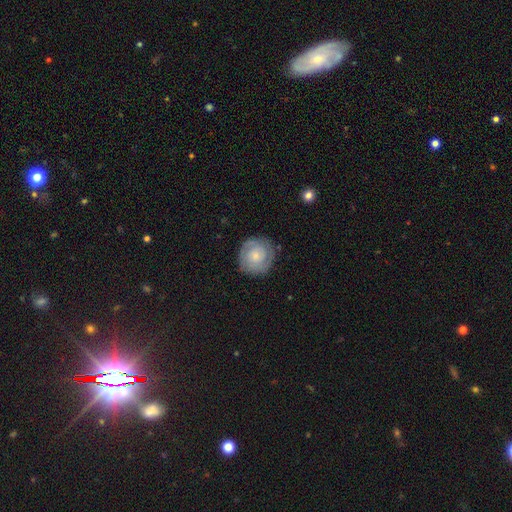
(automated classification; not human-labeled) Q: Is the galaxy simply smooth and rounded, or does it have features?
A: featured or disk — 67%.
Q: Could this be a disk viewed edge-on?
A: no — 98%.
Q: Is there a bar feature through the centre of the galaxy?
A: no — 75%.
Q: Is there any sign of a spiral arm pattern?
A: yes — 92%.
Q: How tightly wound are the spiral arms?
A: tight — 70%.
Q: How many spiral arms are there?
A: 2 — 53%.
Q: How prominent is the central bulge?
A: small — 62%.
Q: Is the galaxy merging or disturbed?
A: none — 83%.